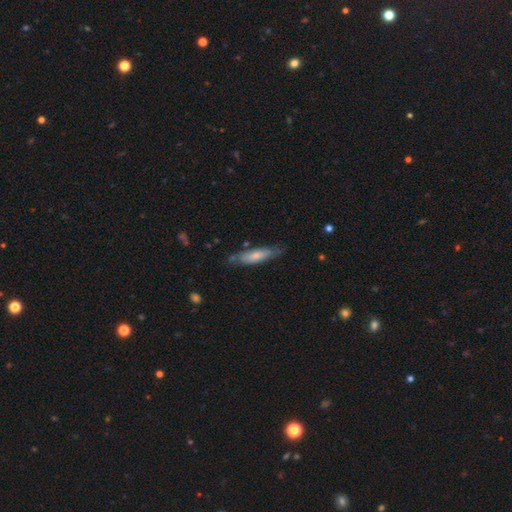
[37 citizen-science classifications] smooth_or_featured: smooth (p=0.59) [alt: featured or disk p=0.41]
how_rounded: cigar-shaped (p=0.77) [alt: in between p=0.23]
merging: none (p=0.70) [alt: minor disturbance p=0.27]